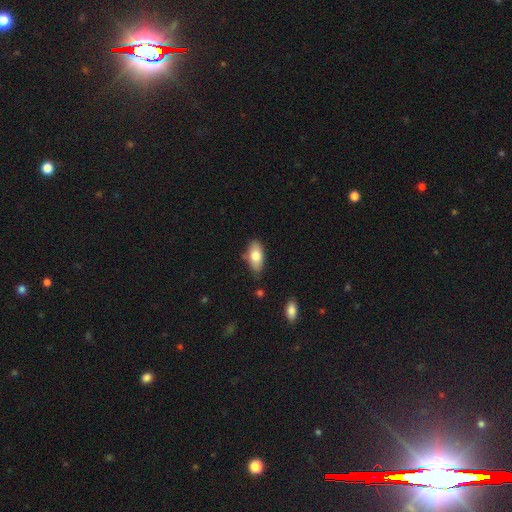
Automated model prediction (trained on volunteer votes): This appears to be a smooth galaxy with no disk features (79%) that is in between round and cigar-shaped (91%). Merging: none (74%).